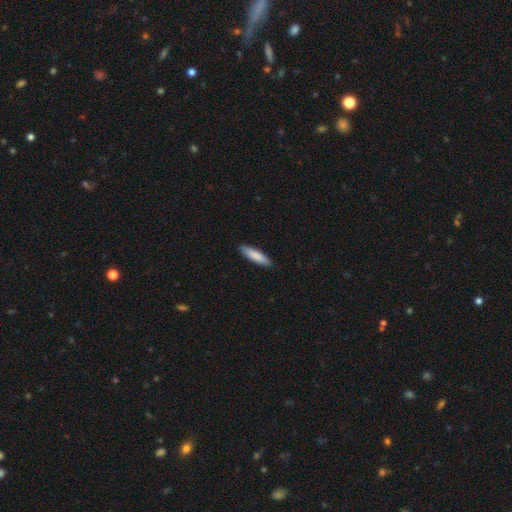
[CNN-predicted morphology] This is clearly a smooth galaxy (87%). How rounded: likely cigar-shaped (69%). Merging: clearly none (90%).